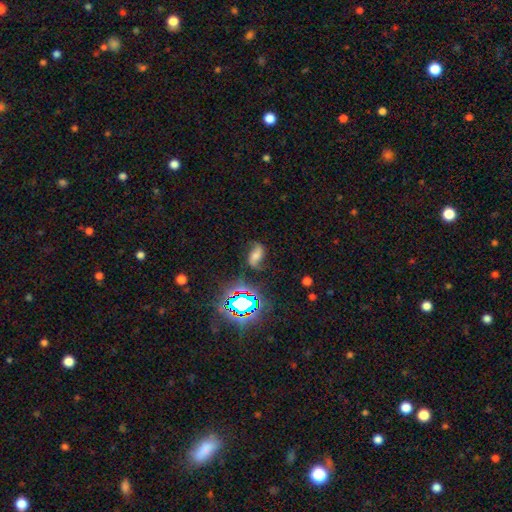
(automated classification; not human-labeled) featured or disk 47%, smooth 29%, star or artifact 24%. Down the decision tree: merging — none (64%).